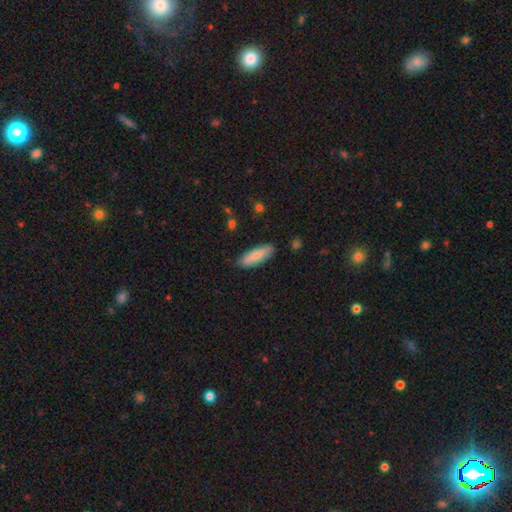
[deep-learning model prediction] The model was most divided on "how rounded": in between: 57%, cigar-shaped: 41%, round: 2%. More confident: merging — none (82%); smooth or featured — smooth (78%).